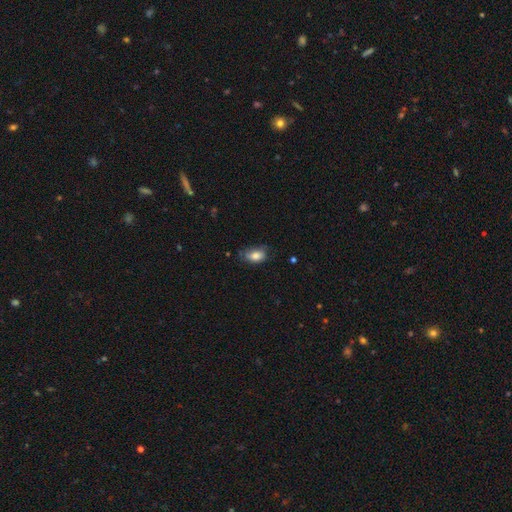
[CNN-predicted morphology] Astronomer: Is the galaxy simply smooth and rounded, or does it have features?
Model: smooth — 81%.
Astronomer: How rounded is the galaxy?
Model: in between — 90%.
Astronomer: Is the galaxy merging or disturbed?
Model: none — 57% (runner-up: minor disturbance, 32%).